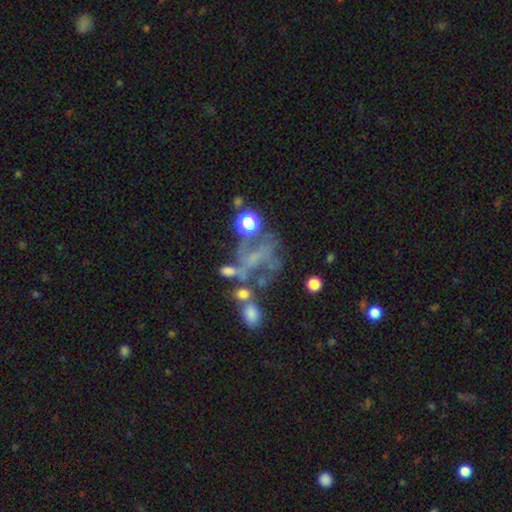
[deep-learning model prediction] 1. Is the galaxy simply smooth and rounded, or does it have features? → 56% featured or disk, 22% smooth, 22% star or artifact.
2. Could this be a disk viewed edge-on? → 96% no, 4% yes.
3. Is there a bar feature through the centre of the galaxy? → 67% no, 21% weak, 12% strong.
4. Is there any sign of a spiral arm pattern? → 66% no, 34% yes.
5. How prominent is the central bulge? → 62% none, 23% small, 11% moderate, 3% large, 1% dominant.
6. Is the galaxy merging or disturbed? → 33% major disturbance, 31% none, 18% merger, 17% minor disturbance.